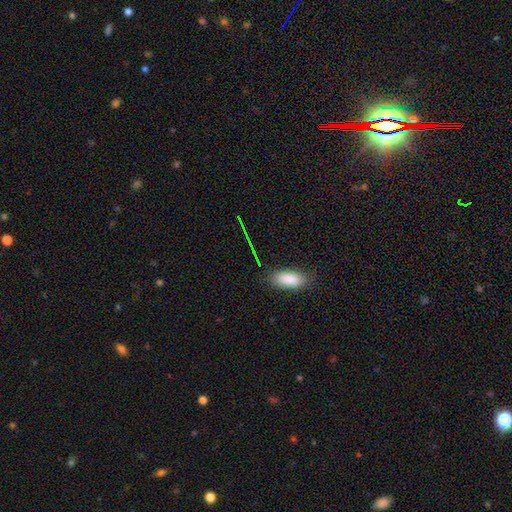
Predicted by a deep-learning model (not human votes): A smooth galaxy with no disk features (77%) that is in between round and cigar-shaped (68%).

Vote fractions:
- Smooth or featured? smooth: 77% / star or artifact: 15% / featured or disk: 8%
- How rounded? in between: 68% / cigar-shaped: 26% / round: 6%
- Merging? none: 85% / minor disturbance: 11% / major disturbance: 3% / merger: 1%